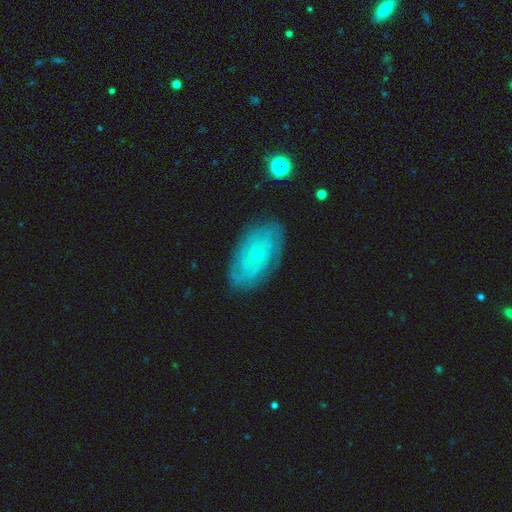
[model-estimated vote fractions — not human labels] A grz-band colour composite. It shows a featured or disk galaxy (74%) with no bar (77%), tight (75%) spiral arms (86%) and a small central bulge (83%). Merging: none (81%).